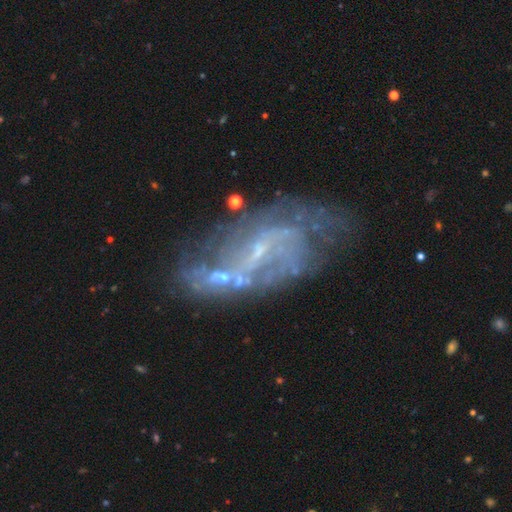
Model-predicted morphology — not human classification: A featured or disk galaxy (77%) with a weak bar (46%), 2 (42%) loose (46%) spiral arms (74%) and a small central bulge (64%). Merging: none (43%).